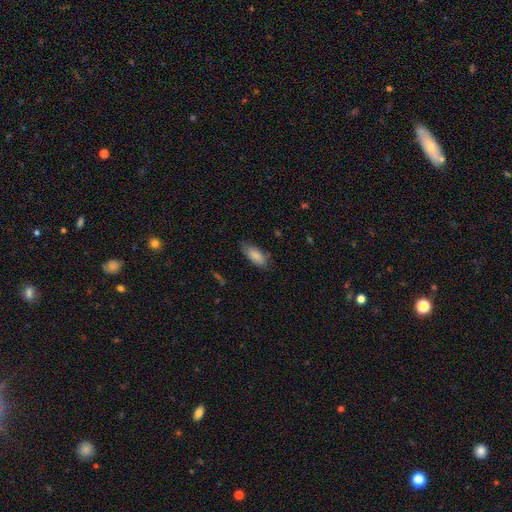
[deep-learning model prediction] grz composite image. It shows a smooth galaxy with no disk features (87%) that is in between round and cigar-shaped (83%). Merging: none (78%).